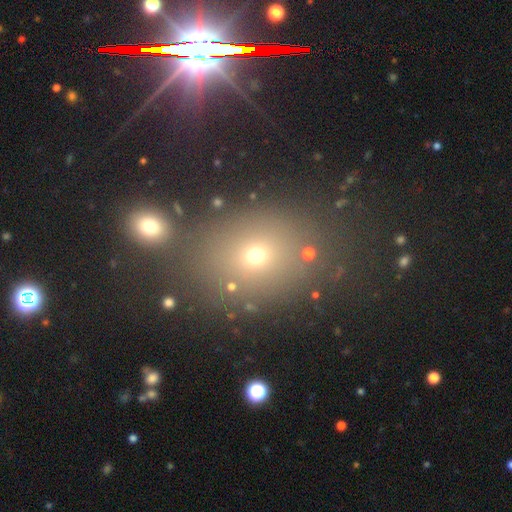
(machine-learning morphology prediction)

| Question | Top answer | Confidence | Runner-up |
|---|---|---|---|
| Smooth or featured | smooth | 56% | star or artifact (31%) |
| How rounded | round | 53% | in between (45%) |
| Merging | none | 76% | minor disturbance (10%) |